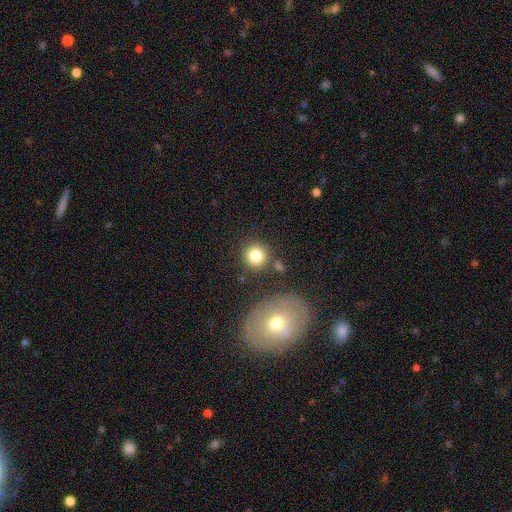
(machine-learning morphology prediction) smooth 82%, star or artifact 10%, featured or disk 8%. Down the decision tree: how rounded — round (91%); merging — none (78%).